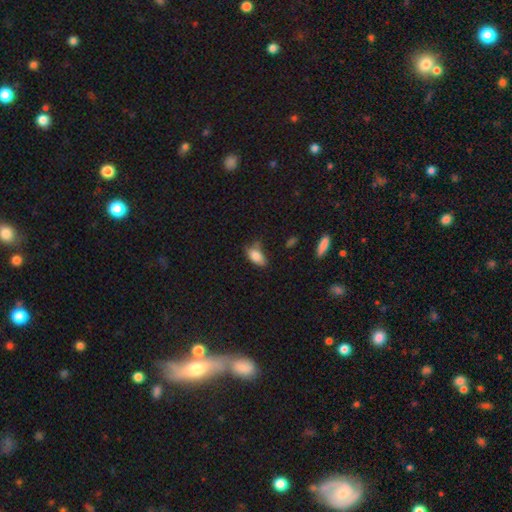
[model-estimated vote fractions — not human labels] Smooth or featured? Predicted: smooth (p=0.83). How rounded? Predicted: in between (p=0.90). Merging? Predicted: none (p=0.53).